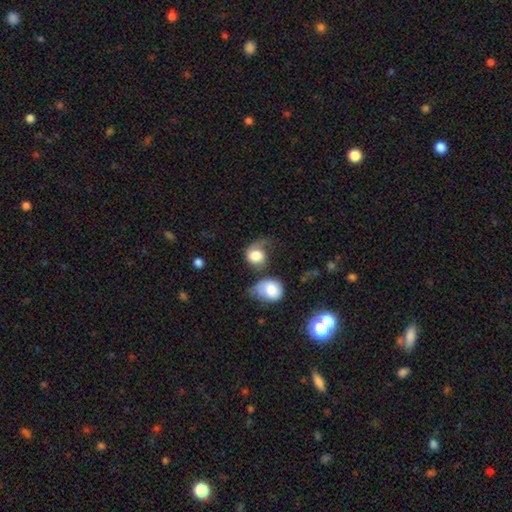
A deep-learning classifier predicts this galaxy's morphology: Q: Smooth or featured?
A: smooth (64%); runner-up: featured or disk (29%)
Q: How rounded?
A: round (66%); runner-up: in between (33%)
Q: Merging?
A: major disturbance (33%); runner-up: none (24%)